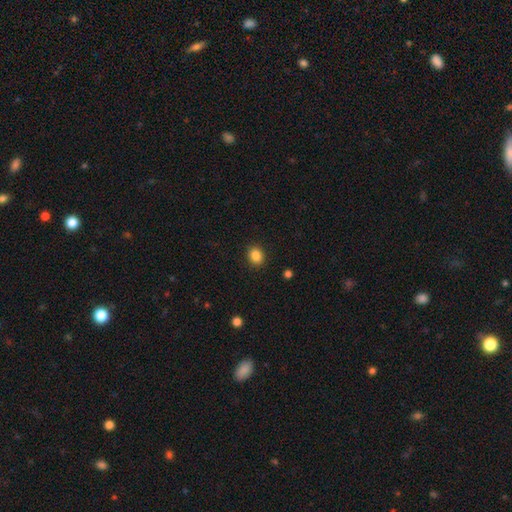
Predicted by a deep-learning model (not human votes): Q: Smooth or featured?
A: smooth (86%); runner-up: star or artifact (10%)
Q: How rounded?
A: round (56%); runner-up: in between (43%)
Q: Merging?
A: none (90%); runner-up: minor disturbance (7%)